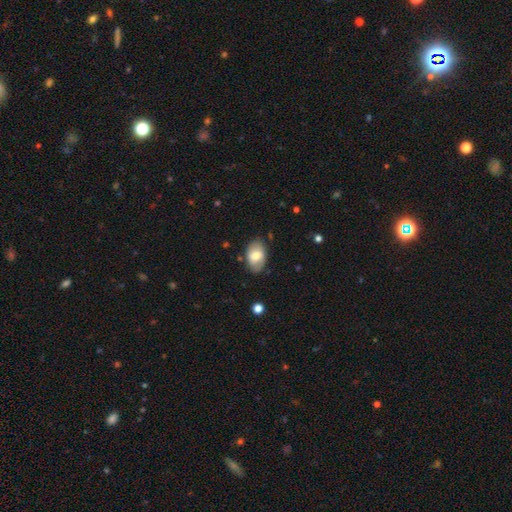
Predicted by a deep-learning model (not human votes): A smooth galaxy with no disk features (70%) that is in between round and cigar-shaped (90%).

Vote fractions:
- Smooth or featured? smooth: 70% / featured or disk: 24% / star or artifact: 7%
- How rounded? in between: 90% / round: 8% / cigar-shaped: 1%
- Merging? none: 79% / minor disturbance: 16% / major disturbance: 3% / merger: 2%